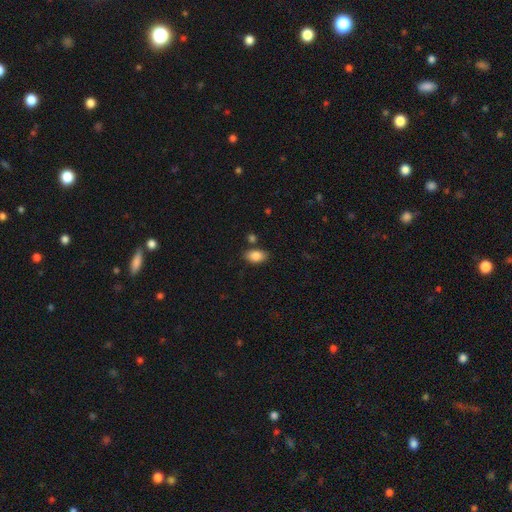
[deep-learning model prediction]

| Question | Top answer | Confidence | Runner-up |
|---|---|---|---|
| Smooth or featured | smooth | 86% | star or artifact (8%) |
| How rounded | in between | 91% | round (7%) |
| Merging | none | 80% | minor disturbance (12%) |